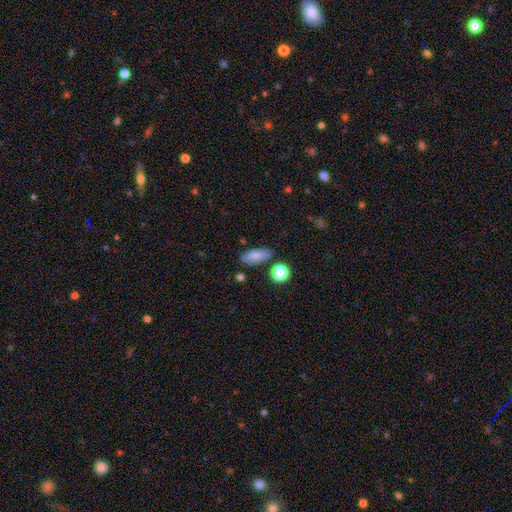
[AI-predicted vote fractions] Overall: smooth (79%). How rounded: in between (82%). Merging: none (76%).